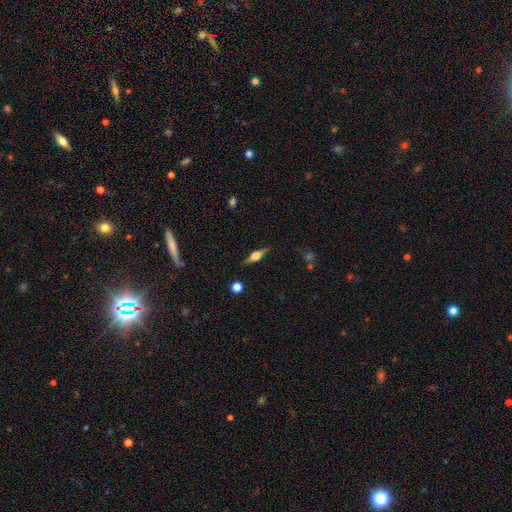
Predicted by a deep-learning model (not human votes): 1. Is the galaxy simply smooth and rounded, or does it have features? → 67% featured or disk, 26% smooth, 7% star or artifact.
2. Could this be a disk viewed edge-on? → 95% yes, 5% no.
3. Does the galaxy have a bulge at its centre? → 91% rounded, 8% boxy, 2% none.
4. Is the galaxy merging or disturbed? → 86% none, 10% minor disturbance, 3% major disturbance, 1% merger.